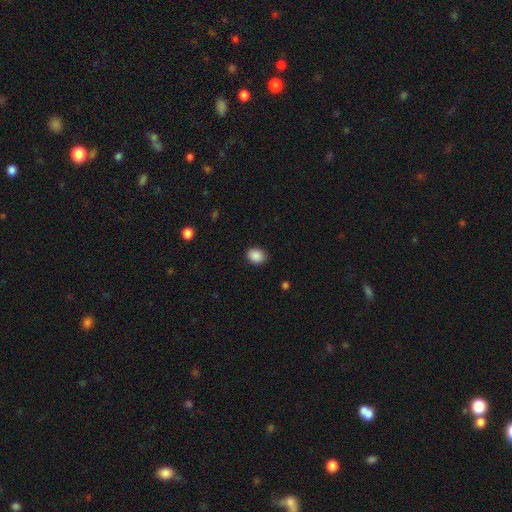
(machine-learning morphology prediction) Smooth or featured? Predicted: smooth (p=0.89). How rounded? Predicted: round (p=0.60). Merging? Predicted: none (p=0.88).